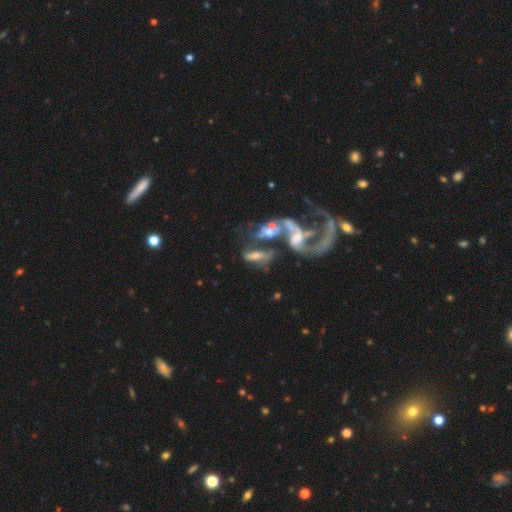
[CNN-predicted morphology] Overall: featured or disk (60%; smooth 27%). Edge-on disk: no (88%). Bar: no (62%; weak 26%). Spiral arms: yes (52%; no 48%). Bulge size: moderate (35%; small 27%). Merging: merger (54%; major disturbance 21%).